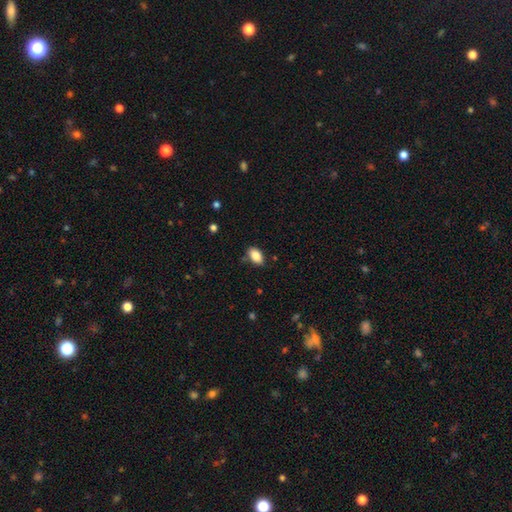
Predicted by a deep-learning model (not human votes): A smooth galaxy with no disk features (86%) that is in between round and cigar-shaped (92%). Merging: none (82%).